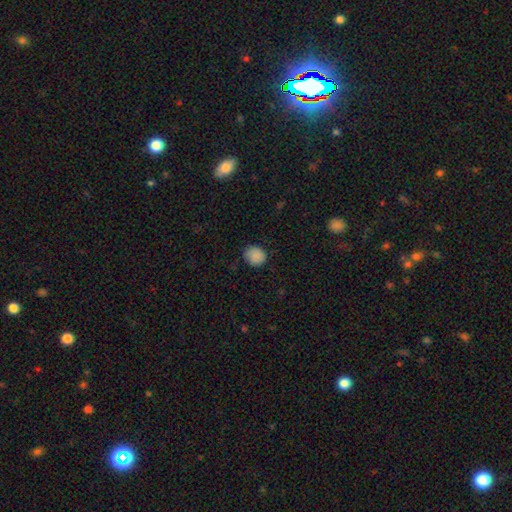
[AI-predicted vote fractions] Q: Smooth or featured?
A: smooth (86%); runner-up: star or artifact (9%)
Q: How rounded?
A: round (77%); runner-up: in between (22%)
Q: Merging?
A: none (75%); runner-up: minor disturbance (21%)